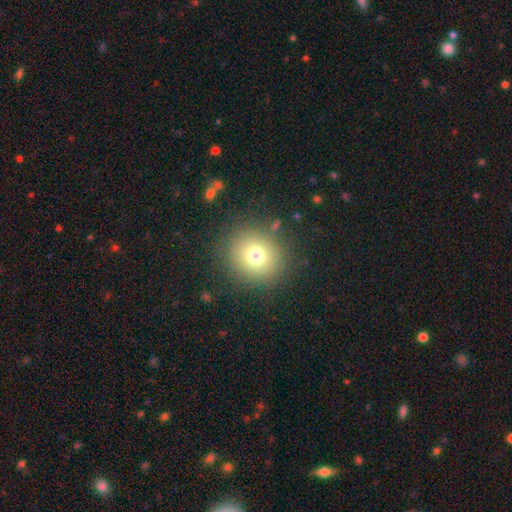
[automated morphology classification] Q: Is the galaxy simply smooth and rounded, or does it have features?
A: smooth — 74%.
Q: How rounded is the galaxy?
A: round — 90%.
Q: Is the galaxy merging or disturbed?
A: none — 87%.